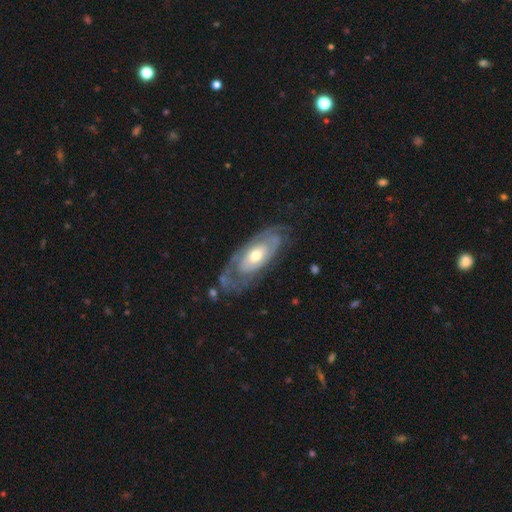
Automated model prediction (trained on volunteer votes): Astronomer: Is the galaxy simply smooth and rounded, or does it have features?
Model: featured or disk — 74%.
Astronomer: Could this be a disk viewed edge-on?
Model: no — 89%.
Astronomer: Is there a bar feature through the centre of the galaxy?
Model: no — 79%.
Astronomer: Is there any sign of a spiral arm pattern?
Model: yes — 70%.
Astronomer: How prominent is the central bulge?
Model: moderate — 66%.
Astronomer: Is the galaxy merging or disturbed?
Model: none — 67%.